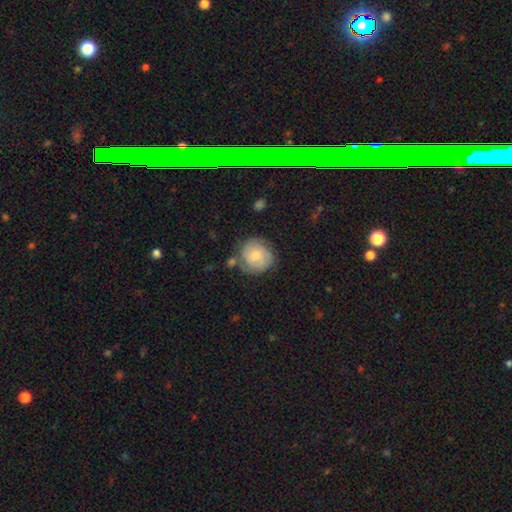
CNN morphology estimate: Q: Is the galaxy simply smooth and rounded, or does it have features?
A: smooth — 55%.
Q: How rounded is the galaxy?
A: round — 87%.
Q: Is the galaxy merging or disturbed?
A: none — 66%.